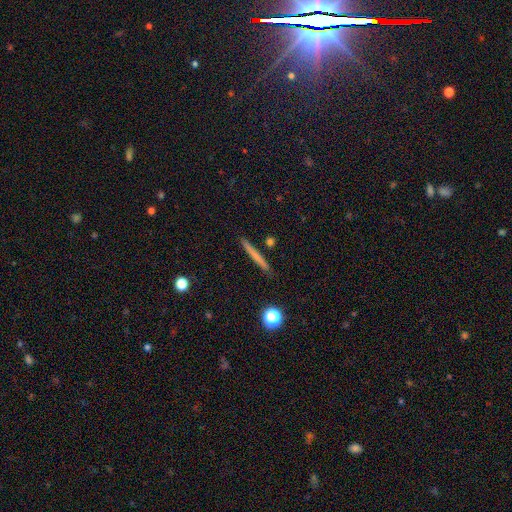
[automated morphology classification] This appears to be a smooth galaxy with no disk features (61%) that is cigar-shaped (95%). Merging: none (91%).